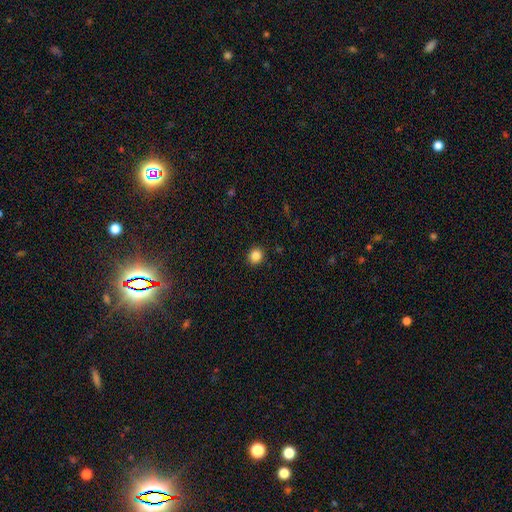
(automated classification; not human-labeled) Smooth or featured?
  - smooth: 85% *
  - star or artifact: 11%
  - featured or disk: 4%
How rounded?
  - round: 78% *
  - in between: 21%
  - cigar-shaped: 1%
Merging?
  - none: 91% *
  - minor disturbance: 6%
  - major disturbance: 2%
  - merger: 1%